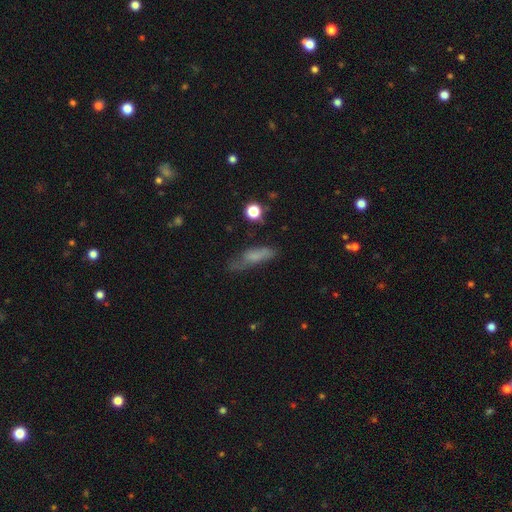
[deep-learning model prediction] Smooth or featured: smooth — 62% (featured or disk — 24%)
How rounded: cigar-shaped — 56% (in between — 40%)
Merging: none — 52% (minor disturbance — 29%)